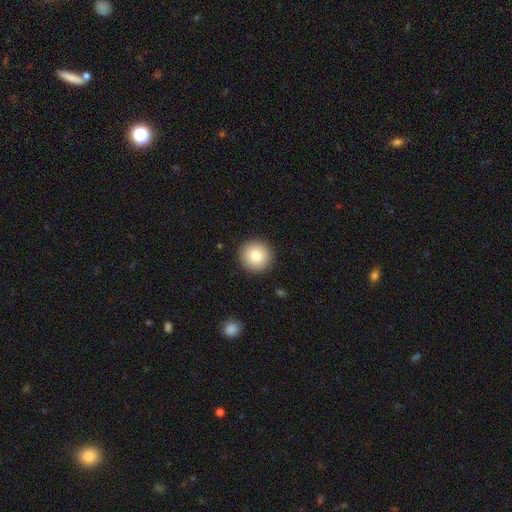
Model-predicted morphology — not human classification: A smooth galaxy with no disk features (83%) that is round (96%). Merging: none (92%).